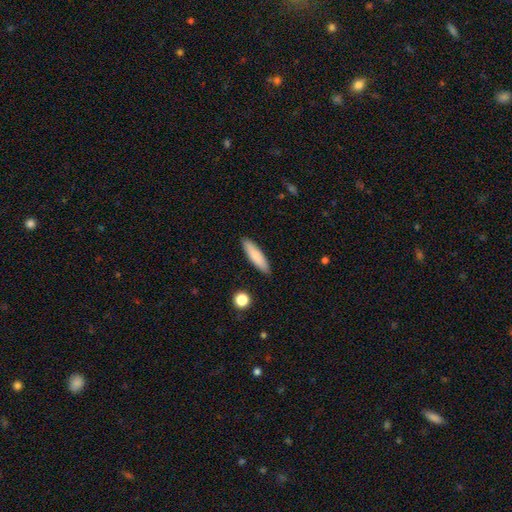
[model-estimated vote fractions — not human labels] Q: Smooth or featured?
A: smooth (80%); runner-up: featured or disk (14%)
Q: How rounded?
A: cigar-shaped (72%); runner-up: in between (27%)
Q: Merging?
A: none (89%); runner-up: minor disturbance (8%)